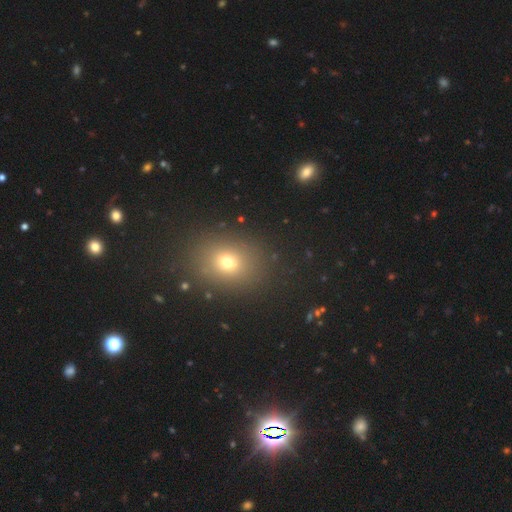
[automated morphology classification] This appears to be a smooth galaxy with no disk features (61%) that is round (50%). Merging: none (89%).